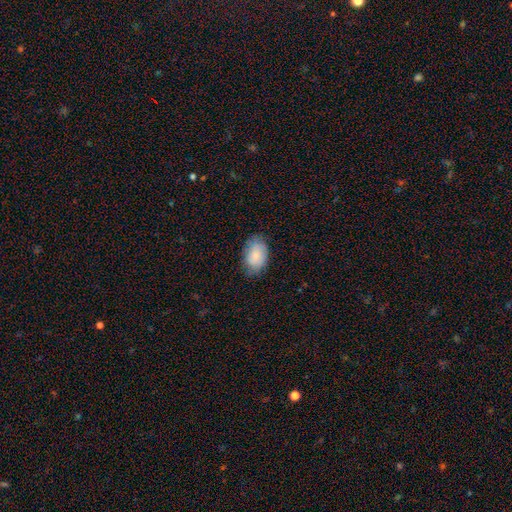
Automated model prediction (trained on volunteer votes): Overall: smooth (82%). How rounded: in between (88%). Merging: none (76%).